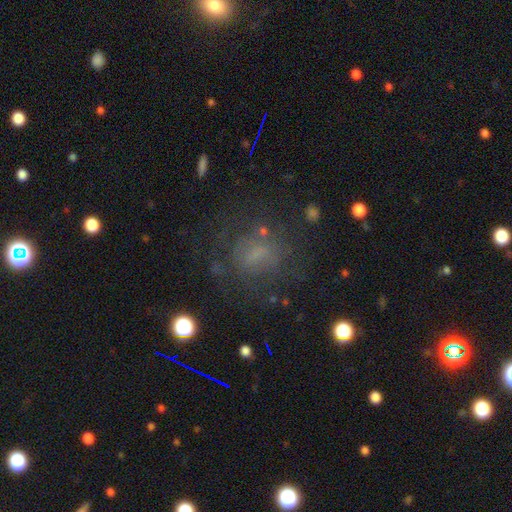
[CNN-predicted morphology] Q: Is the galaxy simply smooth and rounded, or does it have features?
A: smooth — 44%.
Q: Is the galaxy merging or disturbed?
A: none — 66%.